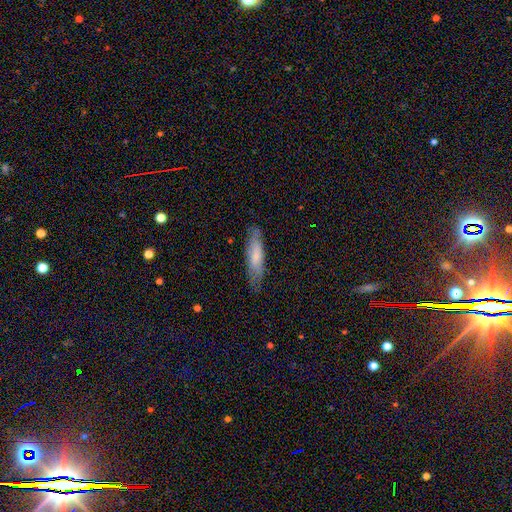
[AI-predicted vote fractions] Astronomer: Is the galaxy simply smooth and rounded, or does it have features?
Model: smooth — 61%.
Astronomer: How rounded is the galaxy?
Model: cigar-shaped — 76%.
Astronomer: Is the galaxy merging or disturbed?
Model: none — 75%.